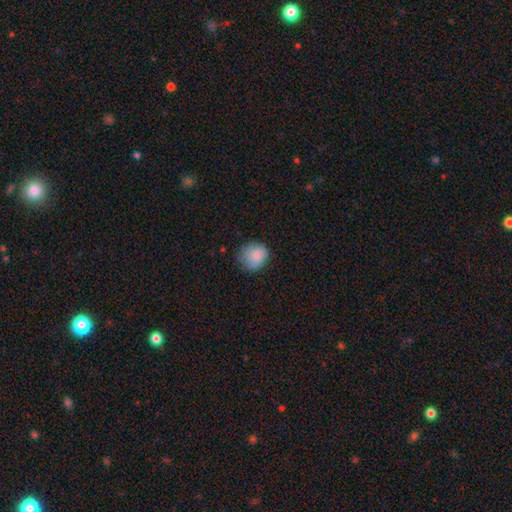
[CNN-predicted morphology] Smooth or featured? smooth (79%)
How rounded? round (77%)
Merging? none (64%)